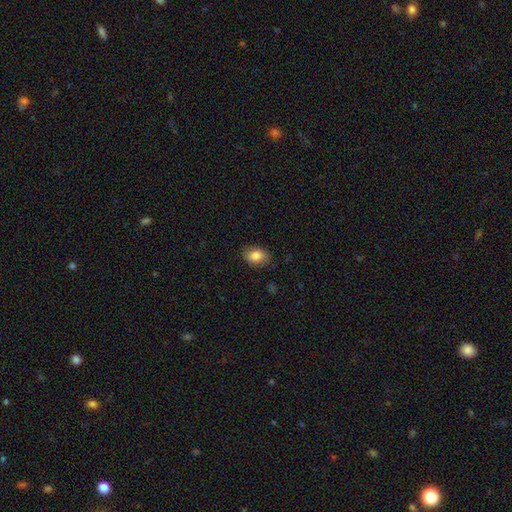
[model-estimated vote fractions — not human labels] This is clearly a smooth galaxy (84%). How rounded: likely in between (80%). Merging: clearly none (83%).